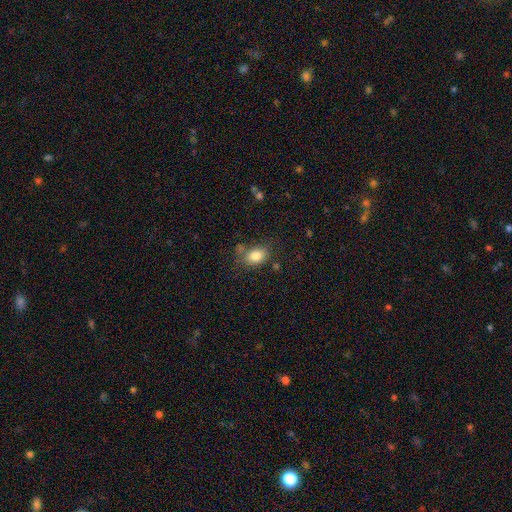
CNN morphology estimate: Smooth or featured?
  - smooth: 82% *
  - star or artifact: 9%
  - featured or disk: 9%
How rounded?
  - in between: 72% *
  - round: 27%
  - cigar-shaped: 1%
Merging?
  - none: 66% *
  - minor disturbance: 20%
  - merger: 8%
  - major disturbance: 6%